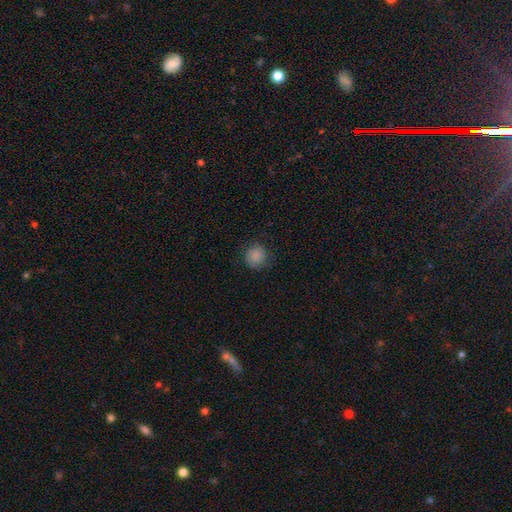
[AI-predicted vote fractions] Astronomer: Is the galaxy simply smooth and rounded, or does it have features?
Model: smooth — 86%.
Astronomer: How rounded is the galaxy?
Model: round — 90%.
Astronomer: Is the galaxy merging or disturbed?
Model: none — 82%.